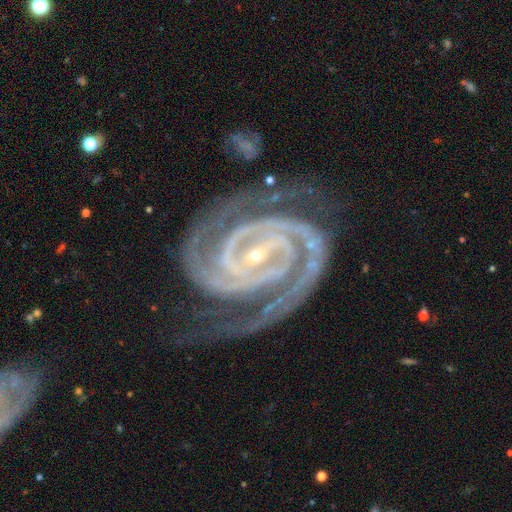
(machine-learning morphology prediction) Q: Smooth or featured?
A: featured or disk (94%); runner-up: star or artifact (4%)
Q: Edge-on disk?
A: no (98%); runner-up: yes (2%)
Q: Bar?
A: strong (50%); runner-up: weak (31%)
Q: Spiral arms?
A: yes (99%); runner-up: no (1%)
Q: Spiral winding?
A: tight (78%); runner-up: medium (19%)
Q: Spiral arm count?
A: 2 (82%); runner-up: 3 (8%)
Q: Bulge size?
A: small (83%); runner-up: moderate (14%)
Q: Merging?
A: none (70%); runner-up: minor disturbance (19%)